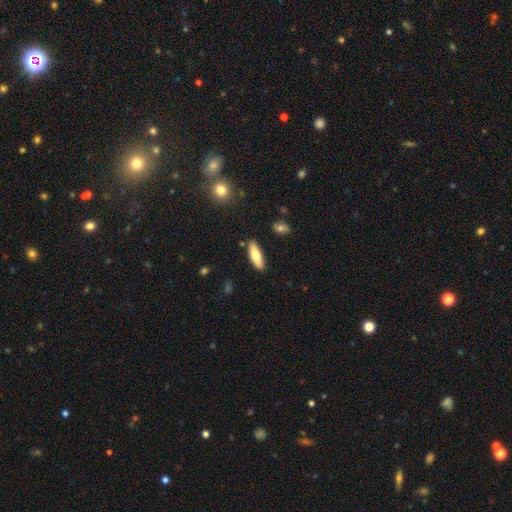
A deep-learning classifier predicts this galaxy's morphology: smooth 74%, featured or disk 20%, star or artifact 6%. Down the decision tree: how rounded — in between (52%); merging — none (87%).